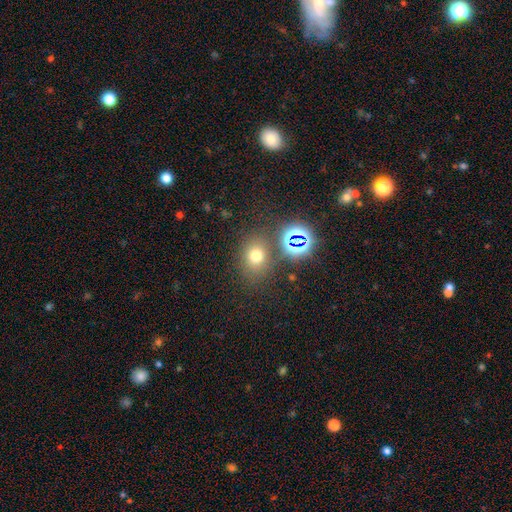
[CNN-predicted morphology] The model was most divided on "how rounded": round: 58%, in between: 41%, cigar-shaped: 1%. More confident: merging — none (74%); smooth or featured — smooth (66%).